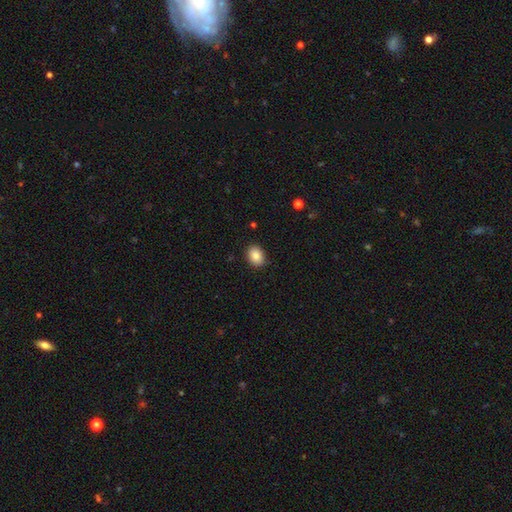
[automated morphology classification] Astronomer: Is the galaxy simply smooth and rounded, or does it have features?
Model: smooth — 86%.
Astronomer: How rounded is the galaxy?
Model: in between — 59% (runner-up: round, 40%).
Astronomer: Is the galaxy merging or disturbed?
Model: none — 89%.